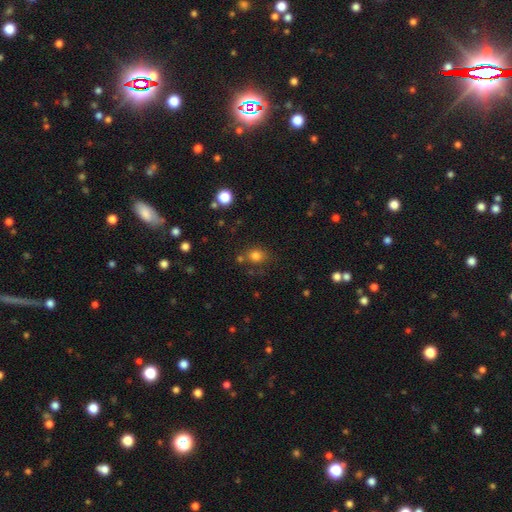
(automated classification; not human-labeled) Q: Smooth or featured?
A: smooth (79%); runner-up: star or artifact (14%)
Q: How rounded?
A: round (66%); runner-up: in between (33%)
Q: Merging?
A: none (71%); runner-up: minor disturbance (13%)